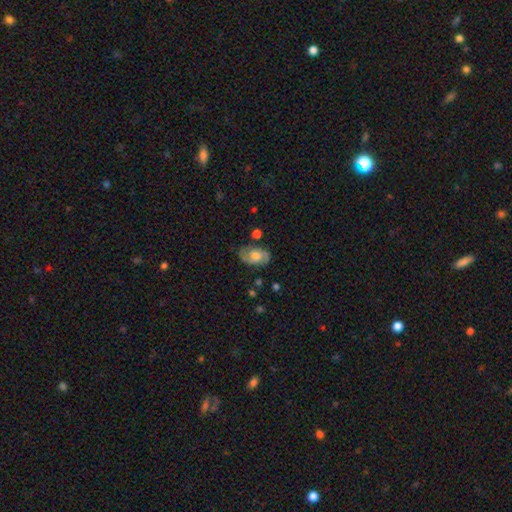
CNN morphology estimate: This is likely a featured or disk galaxy (72%). It is clearly not viewed edge-on (96%). Bar: possibly no (58%). Spiral arm pattern: clearly yes (91%). Spiral arm count: clearly 2 (87%). Spiral winding: possibly medium (50%). Central bulge: possibly moderate (50%). Merging: likely none (76%).